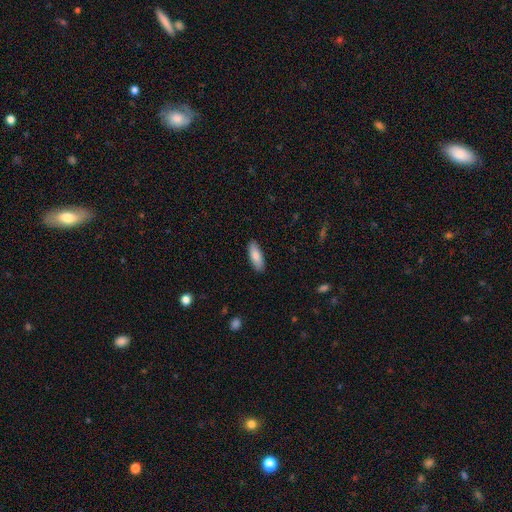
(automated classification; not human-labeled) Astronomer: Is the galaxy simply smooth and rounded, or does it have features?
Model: smooth — 84%.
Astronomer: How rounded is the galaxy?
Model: in between — 66%.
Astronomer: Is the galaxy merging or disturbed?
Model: none — 88%.